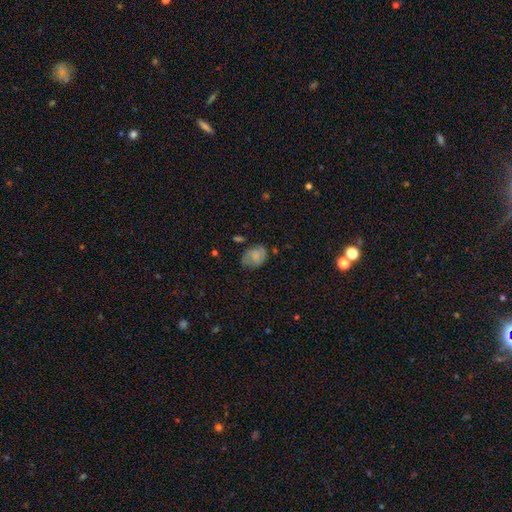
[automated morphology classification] Smooth or featured?
  - smooth: 66% *
  - featured or disk: 24%
  - star or artifact: 10%
How rounded?
  - in between: 70% *
  - round: 29%
  - cigar-shaped: 1%
Merging?
  - none: 56% *
  - minor disturbance: 30%
  - major disturbance: 11%
  - merger: 3%